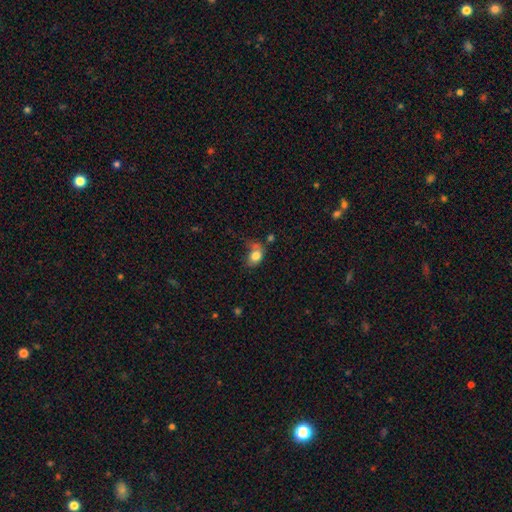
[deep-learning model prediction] smooth 80%, featured or disk 11%, star or artifact 9%. Down the decision tree: how rounded — in between (72%); merging — none (36%).